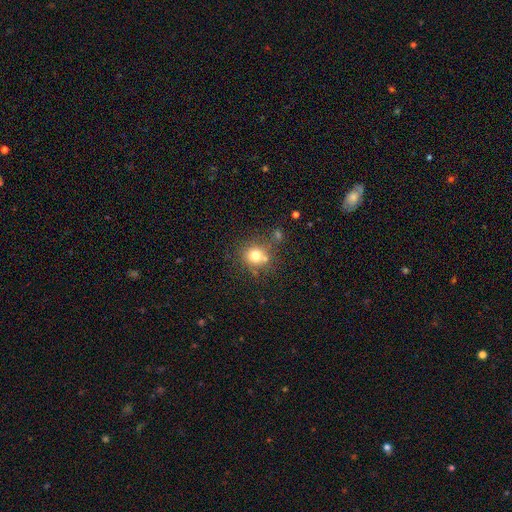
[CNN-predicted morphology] Smooth or featured? smooth (75%)
How rounded? round (84%)
Merging? none (66%)